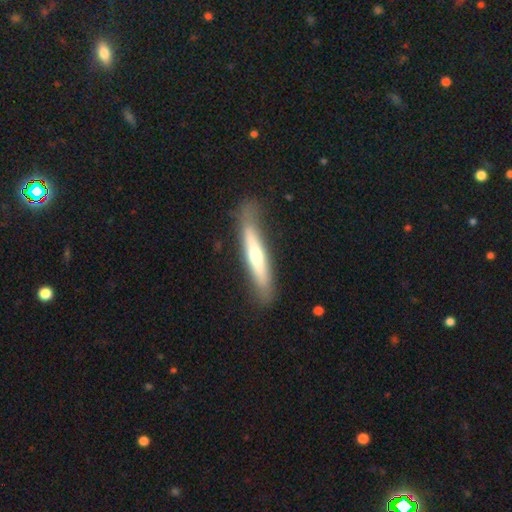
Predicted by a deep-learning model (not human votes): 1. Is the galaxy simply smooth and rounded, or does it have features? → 50% featured or disk, 45% smooth, 5% star or artifact.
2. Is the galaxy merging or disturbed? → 77% none, 17% minor disturbance, 4% major disturbance, 2% merger.